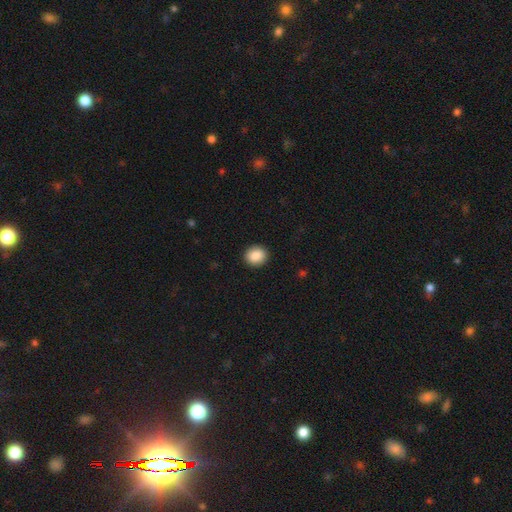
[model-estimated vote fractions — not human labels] This is clearly a smooth galaxy (88%). How rounded: clearly round (81%). Merging: clearly none (92%).